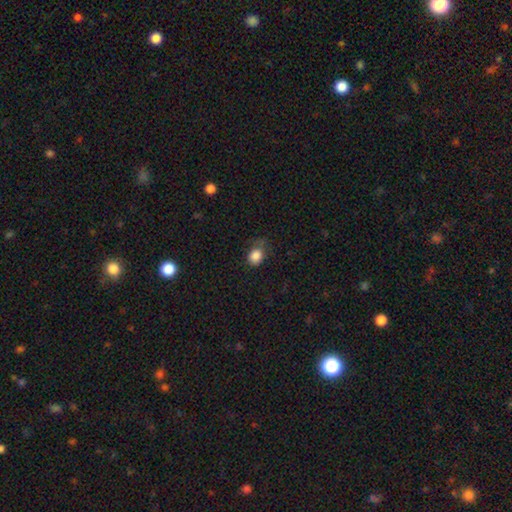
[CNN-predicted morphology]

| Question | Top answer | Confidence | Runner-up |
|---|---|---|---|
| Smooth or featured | smooth | 85% | star or artifact (10%) |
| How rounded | round | 60% | in between (39%) |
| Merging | none | 56% | minor disturbance (29%) |